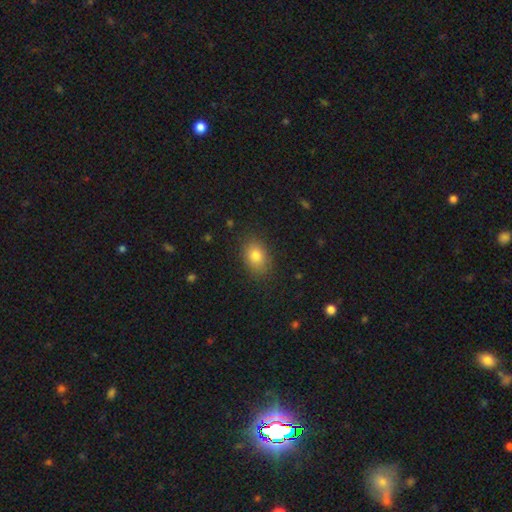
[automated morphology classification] Smooth or featured: smooth — 82% (star or artifact — 10%)
How rounded: in between — 75% (round — 24%)
Merging: none — 85% (minor disturbance — 11%)